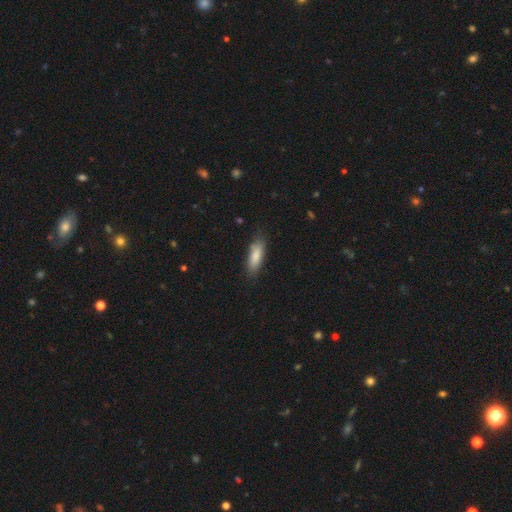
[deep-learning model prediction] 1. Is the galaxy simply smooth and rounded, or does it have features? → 84% smooth, 10% featured or disk, 6% star or artifact.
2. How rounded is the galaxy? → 56% in between, 43% cigar-shaped, 2% round.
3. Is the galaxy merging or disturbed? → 79% none, 16% minor disturbance, 3% major disturbance, 1% merger.